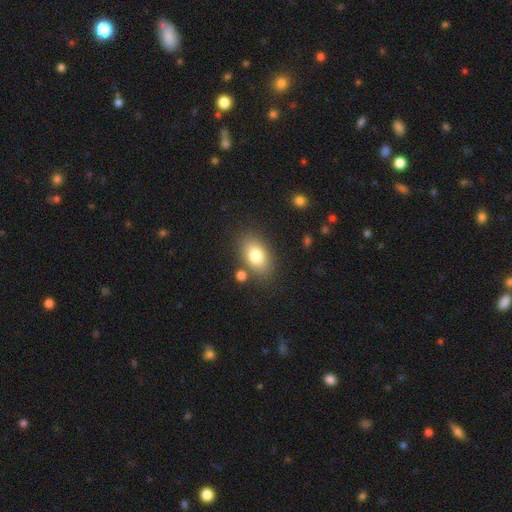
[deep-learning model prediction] This appears to be a smooth galaxy with no disk features (80%) that is in between round and cigar-shaped (89%). Merging: none (79%).